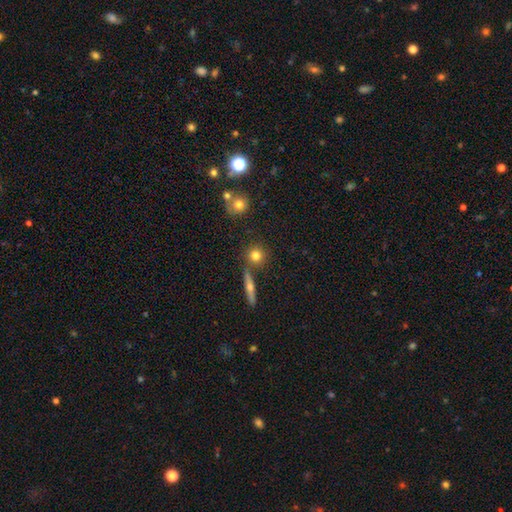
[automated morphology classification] Smooth or featured: smooth — 77% (featured or disk — 12%)
How rounded: round — 89% (in between — 8%)
Merging: none — 75% (merger — 13%)